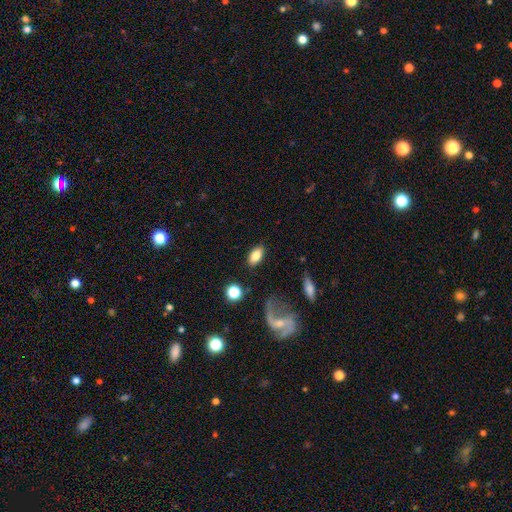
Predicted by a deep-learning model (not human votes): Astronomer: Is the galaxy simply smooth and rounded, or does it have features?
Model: smooth — 78%.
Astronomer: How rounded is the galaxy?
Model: in between — 90%.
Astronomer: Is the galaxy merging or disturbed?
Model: none — 83%.